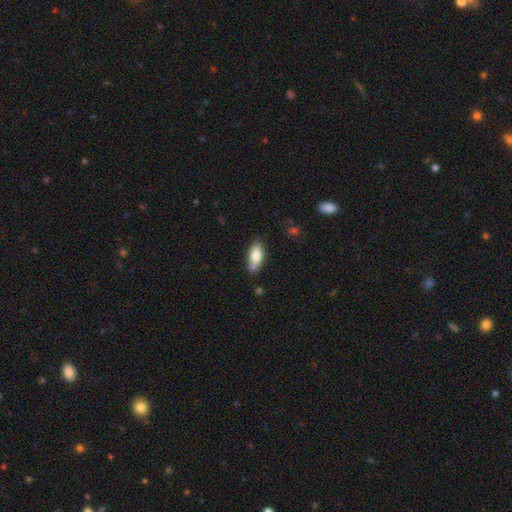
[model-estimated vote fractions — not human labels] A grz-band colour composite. It shows a smooth galaxy with no disk features (79%) that is in between round and cigar-shaped (80%). Merging: none (68%).